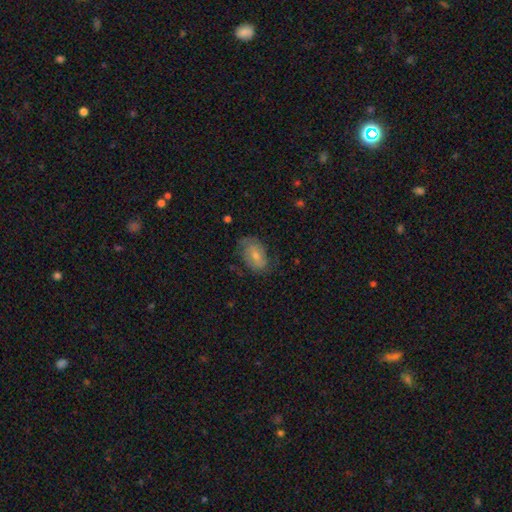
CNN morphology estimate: This appears to be a smooth galaxy with no disk features (55%) that is in between round and cigar-shaped (87%). Merging: none (63%).